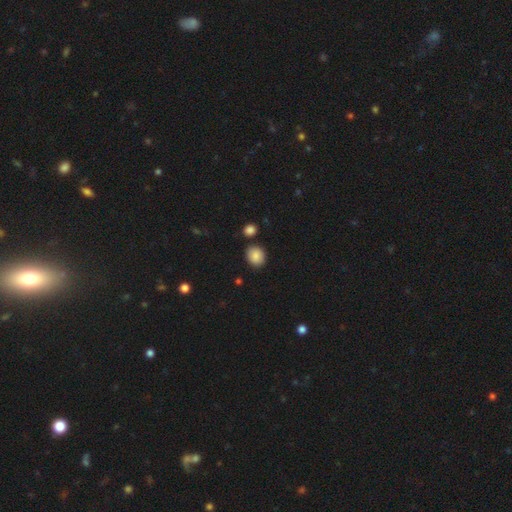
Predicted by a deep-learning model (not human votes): Smooth or featured? Predicted: smooth (p=0.87). How rounded? Predicted: round (p=0.64). Merging? Predicted: none (p=0.83).